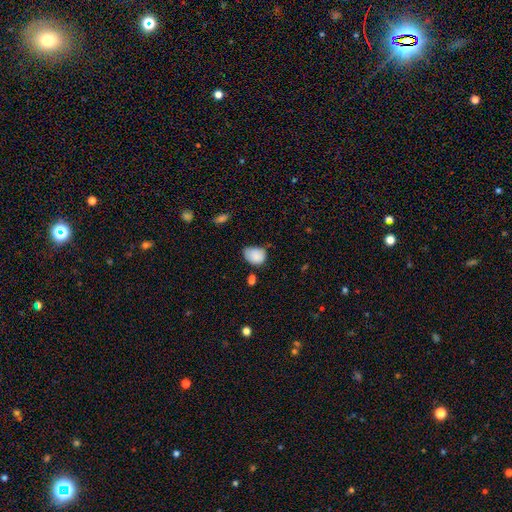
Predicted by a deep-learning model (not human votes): smooth 85%, star or artifact 8%, featured or disk 7%. Down the decision tree: how rounded — in between (63%); merging — none (44%).